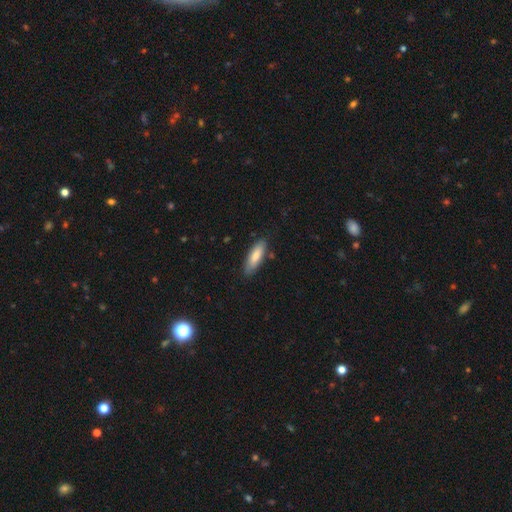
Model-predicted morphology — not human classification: Smooth or featured?
  - smooth: 81% *
  - featured or disk: 14%
  - star or artifact: 5%
How rounded?
  - in between: 52% *
  - cigar-shaped: 46%
  - round: 1%
Merging?
  - none: 82% *
  - minor disturbance: 13%
  - major disturbance: 2%
  - merger: 2%